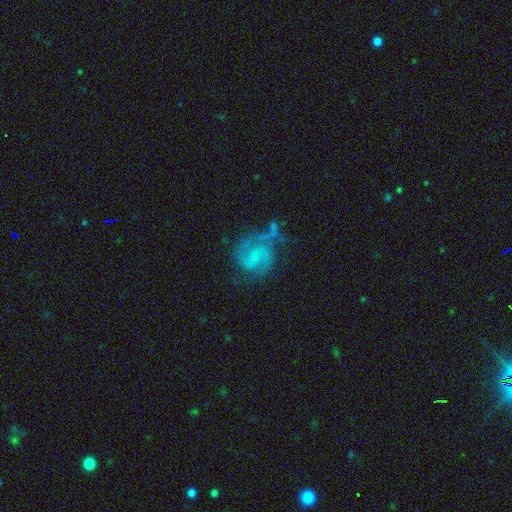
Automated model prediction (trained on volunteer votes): Overall: featured or disk (77%). Edge-on disk: no (98%). Bar: weak (49%; no 36%). Spiral arms: yes (92%). Spiral arm count: 2 (77%). Spiral winding: medium (51%; tight 29%). Bulge size: none (50%; small 36%). Merging: none (46%; major disturbance 22%).